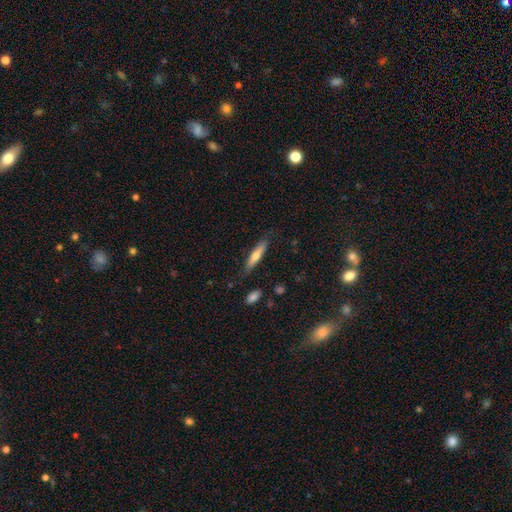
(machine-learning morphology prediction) Q: Smooth or featured?
A: smooth (58%); runner-up: featured or disk (36%)
Q: How rounded?
A: cigar-shaped (82%); runner-up: in between (17%)
Q: Merging?
A: none (79%); runner-up: minor disturbance (16%)